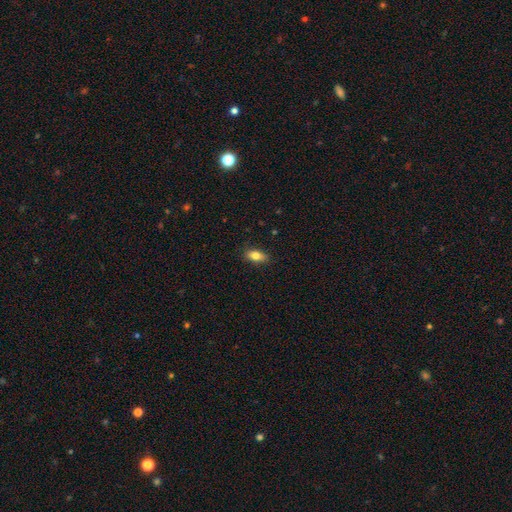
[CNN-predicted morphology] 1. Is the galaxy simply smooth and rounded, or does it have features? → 80% smooth, 12% featured or disk, 8% star or artifact.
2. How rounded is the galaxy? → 85% in between, 9% cigar-shaped, 7% round.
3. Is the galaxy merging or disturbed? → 86% none, 11% minor disturbance, 2% major disturbance, 1% merger.